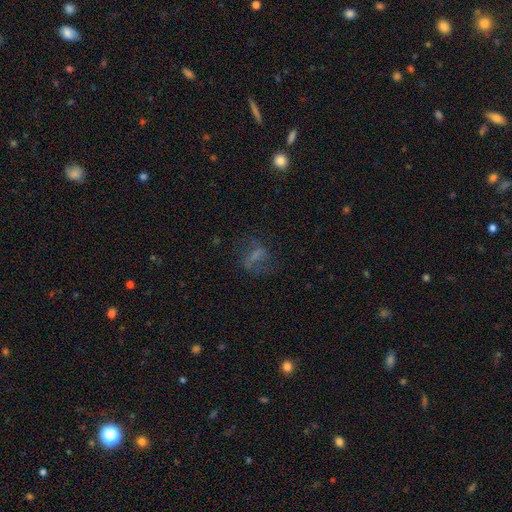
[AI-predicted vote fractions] A smooth galaxy with no disk features (41%). Merging: none (57%).